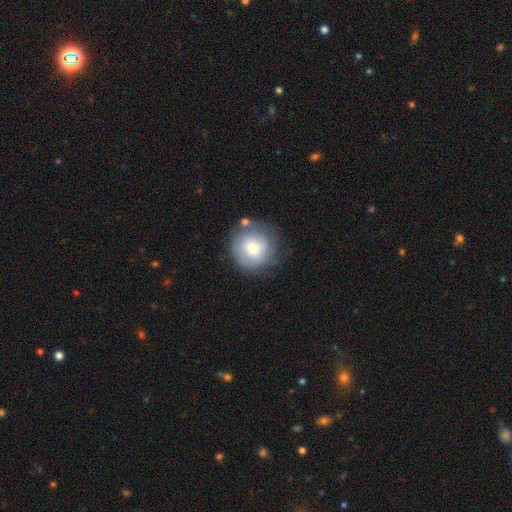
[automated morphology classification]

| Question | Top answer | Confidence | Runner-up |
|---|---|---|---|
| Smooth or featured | smooth | 59% | featured or disk (29%) |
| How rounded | round | 92% | in between (7%) |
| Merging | none | 77% | minor disturbance (15%) |